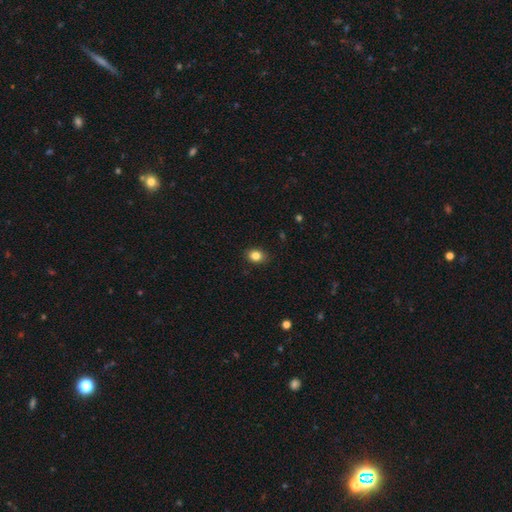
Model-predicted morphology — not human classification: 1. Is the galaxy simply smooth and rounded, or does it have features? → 84% smooth, 10% star or artifact, 6% featured or disk.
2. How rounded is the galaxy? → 53% in between, 46% round, 1% cigar-shaped.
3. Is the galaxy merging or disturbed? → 87% none, 10% minor disturbance, 2% major disturbance, 1% merger.